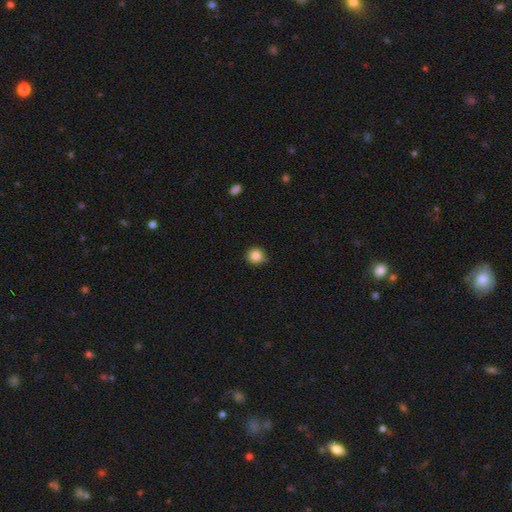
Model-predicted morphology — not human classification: Q: Smooth or featured?
A: smooth (84%); runner-up: star or artifact (11%)
Q: How rounded?
A: round (90%); runner-up: in between (9%)
Q: Merging?
A: none (78%); runner-up: minor disturbance (18%)